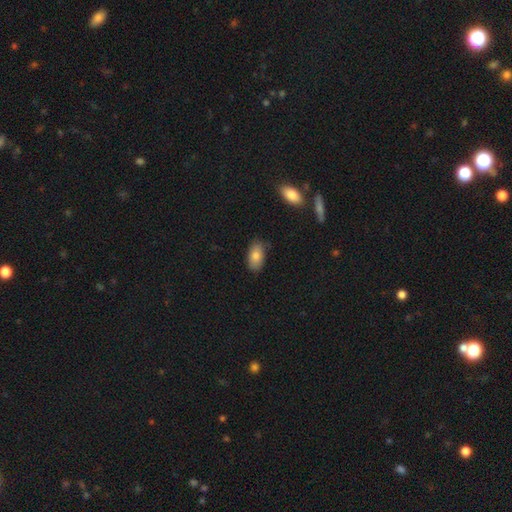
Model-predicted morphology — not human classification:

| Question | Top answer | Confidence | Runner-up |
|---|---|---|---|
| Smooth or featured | smooth | 81% | featured or disk (11%) |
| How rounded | in between | 93% | round (4%) |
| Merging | none | 81% | minor disturbance (14%) |